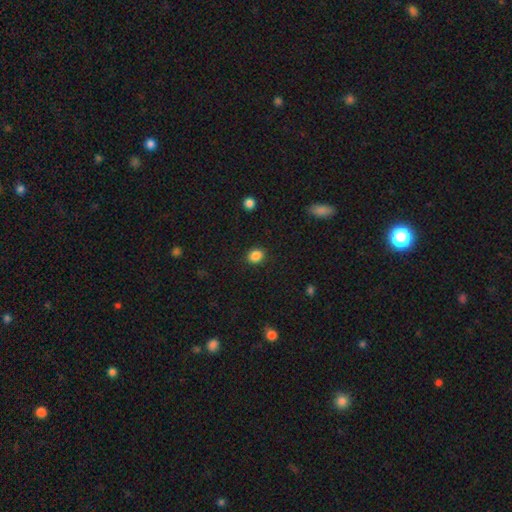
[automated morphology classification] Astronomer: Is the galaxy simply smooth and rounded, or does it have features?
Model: smooth — 87%.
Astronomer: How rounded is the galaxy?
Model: round — 66%.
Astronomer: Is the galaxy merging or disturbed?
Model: none — 89%.